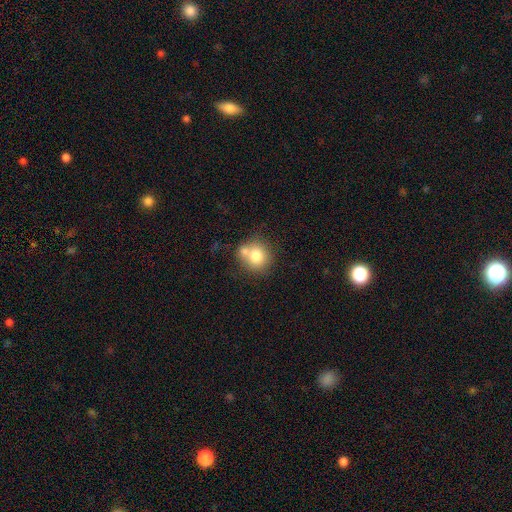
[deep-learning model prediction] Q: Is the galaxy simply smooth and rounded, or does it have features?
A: smooth — 75%.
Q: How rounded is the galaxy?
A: round — 82%.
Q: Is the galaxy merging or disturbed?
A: none — 47%.